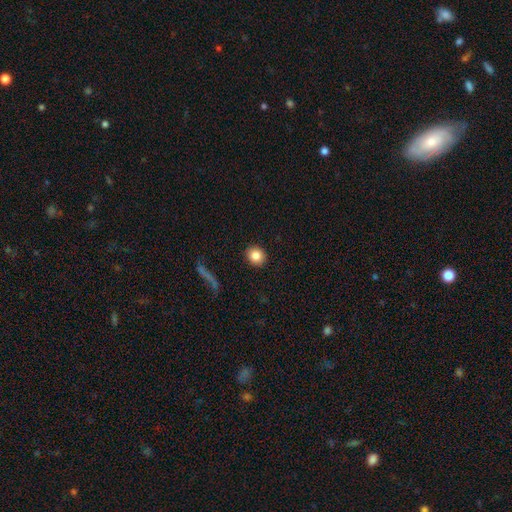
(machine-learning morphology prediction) smooth 85%, star or artifact 9%, featured or disk 6%. Down the decision tree: how rounded — round (79%); merging — none (91%).